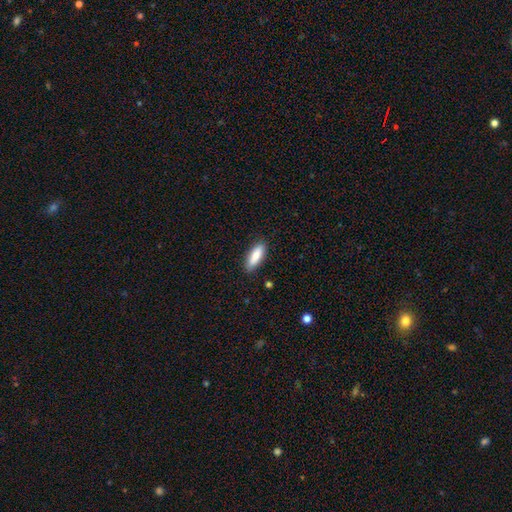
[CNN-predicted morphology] Overall: smooth (83%). How rounded: in between (59%; cigar-shaped 39%). Merging: none (87%).